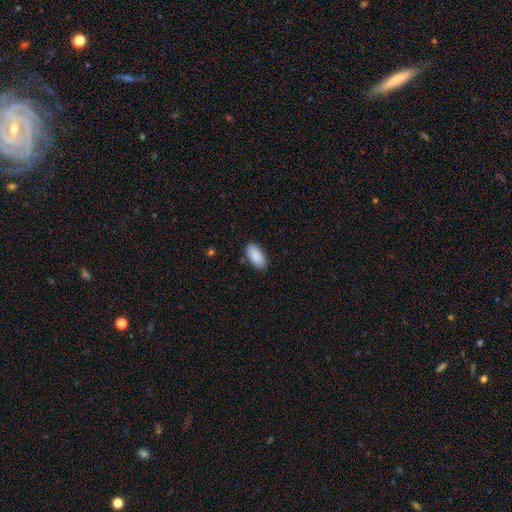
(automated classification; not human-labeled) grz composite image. It shows a smooth galaxy with no disk features (89%) that is in between round and cigar-shaped (94%). Merging: none (84%).